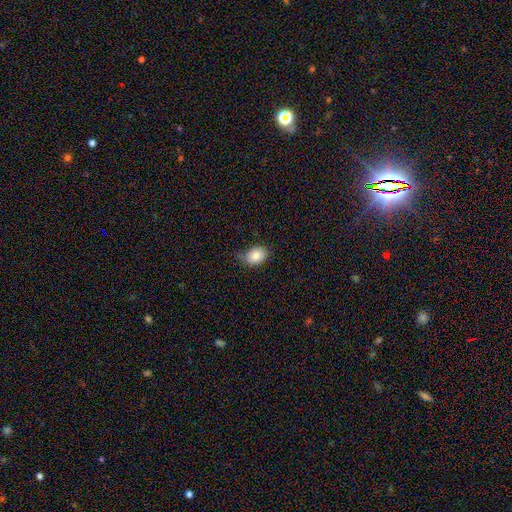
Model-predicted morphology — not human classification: smooth-or-featured: smooth: 83% | featured or disk: 9% | star or artifact: 8%
  how-rounded: in between: 74% | round: 25% | cigar-shaped: 1%
  merging: none: 61% | minor disturbance: 31% | major disturbance: 6% | merger: 2%